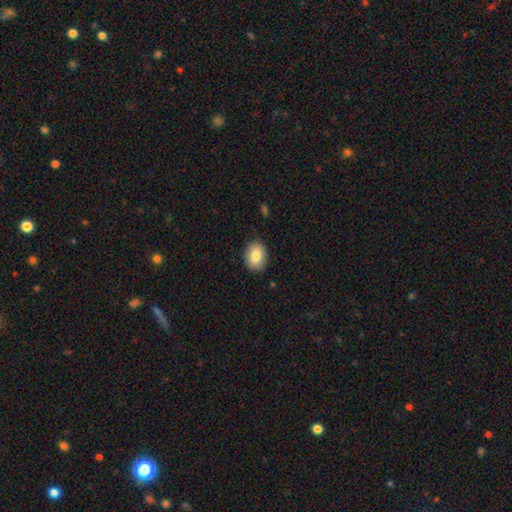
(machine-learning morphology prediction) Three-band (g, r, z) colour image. It shows a smooth galaxy with no disk features (83%) that is in between round and cigar-shaped (75%). Merging: none (86%).